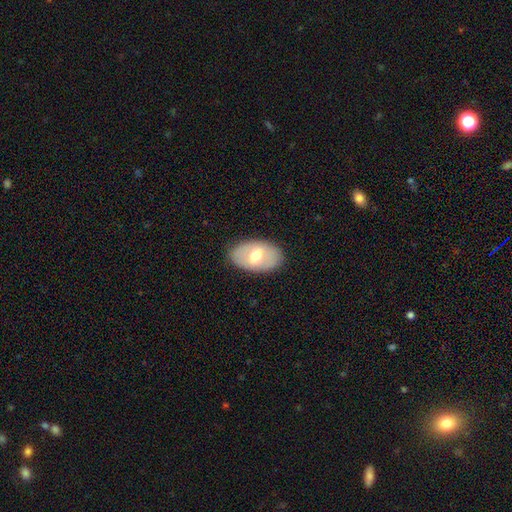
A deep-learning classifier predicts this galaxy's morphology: This is possibly a smooth galaxy (53%). How rounded: clearly in between (90%). Merging: clearly none (85%).